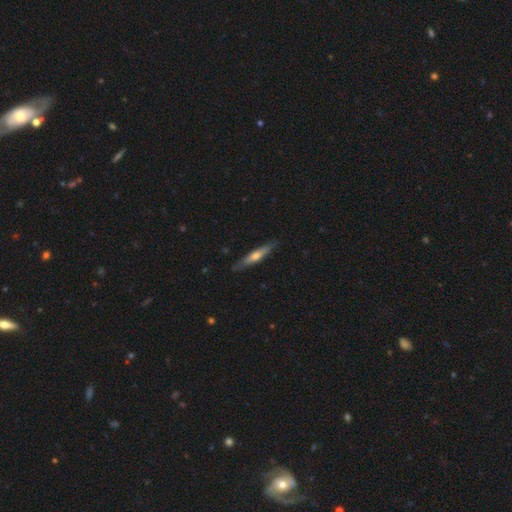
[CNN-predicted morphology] smooth_or_featured: featured or disk (p=0.53) [alt: smooth p=0.41]
disk_edge_on: yes (p=0.90) [alt: no p=0.10]
merging: none (p=0.85) [alt: minor disturbance p=0.12]